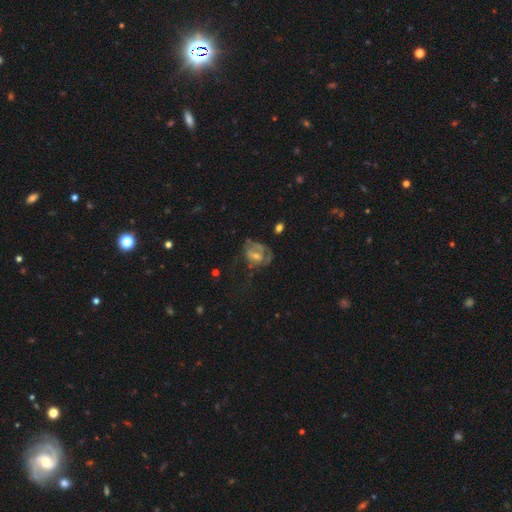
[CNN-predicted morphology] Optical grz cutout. It shows a featured or disk galaxy (55%) with no bar (59%), no spiral arms (56%) and a moderate central bulge (44%). Merging: major disturbance (37%, tied with none).